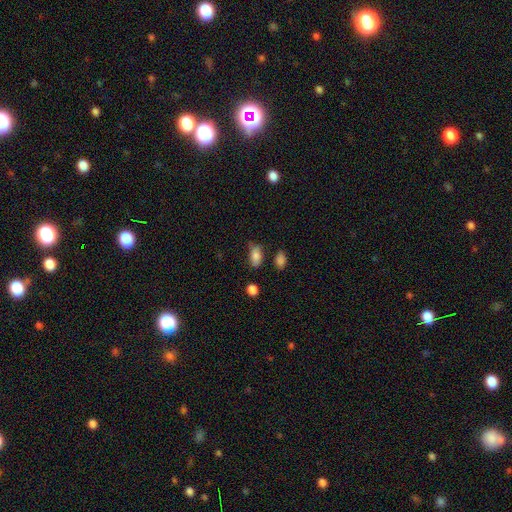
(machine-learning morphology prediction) This appears to be a smooth galaxy with no disk features (83%) that is in between round and cigar-shaped (90%). Merging: none (63%).